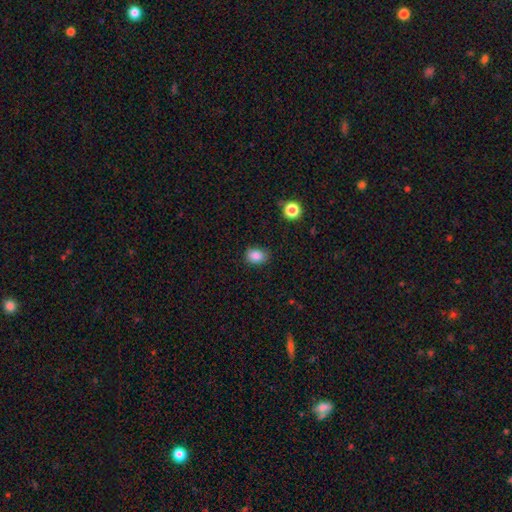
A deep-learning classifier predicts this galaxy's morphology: Smooth or featured? Predicted: smooth (p=0.85). How rounded? Predicted: in between (p=0.68). Merging? Predicted: none (p=0.83).